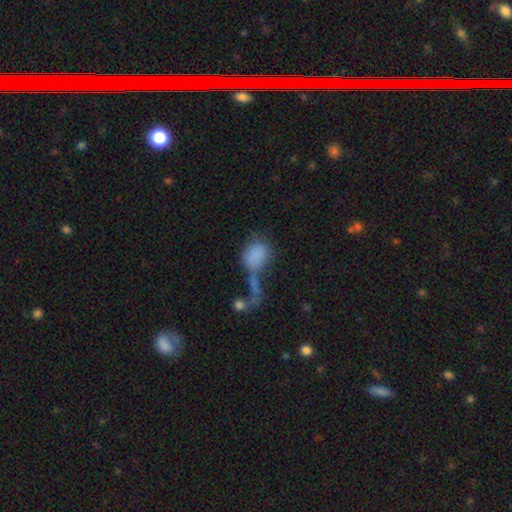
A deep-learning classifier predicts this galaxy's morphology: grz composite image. It shows a smooth galaxy with no disk features (77%) that is in between round and cigar-shaped (64%). Merging: merger (36%).